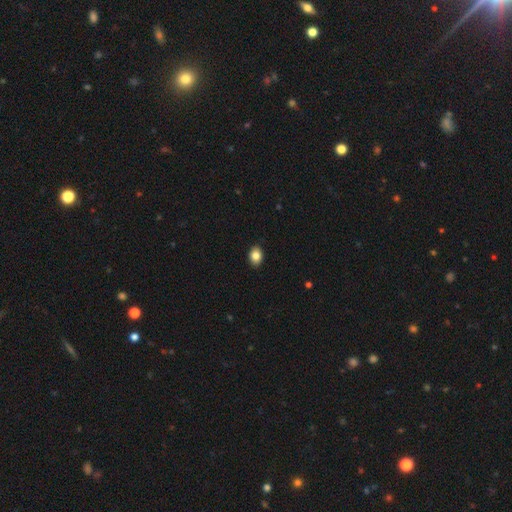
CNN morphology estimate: smooth 85%, star or artifact 9%, featured or disk 7%. Down the decision tree: how rounded — in between (68%); merging — none (89%).